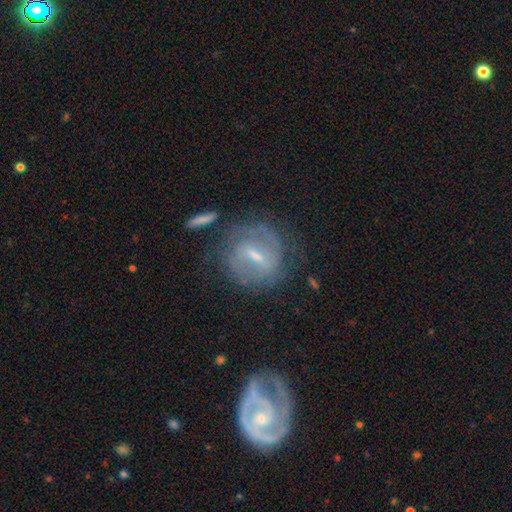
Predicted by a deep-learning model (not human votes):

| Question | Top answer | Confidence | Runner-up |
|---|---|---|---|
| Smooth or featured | featured or disk | 74% | smooth (18%) |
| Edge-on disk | no | 94% | yes (6%) |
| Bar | weak | 50% | strong (39%) |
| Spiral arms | yes | 79% | no (21%) |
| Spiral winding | tight | 45% | medium (39%) |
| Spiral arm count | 2 | 56% | can't tell (29%) |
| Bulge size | small | 62% | moderate (32%) |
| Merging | none | 68% | minor disturbance (18%) |